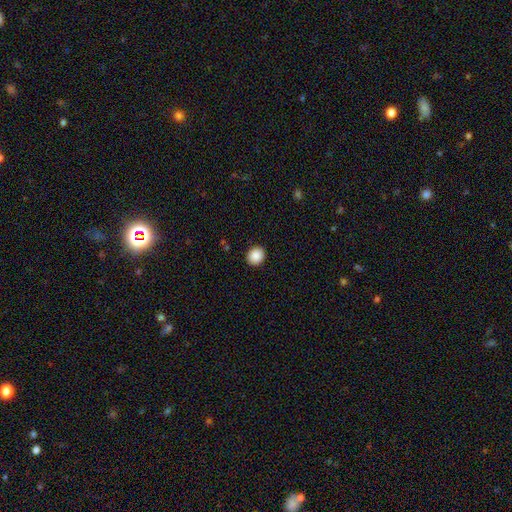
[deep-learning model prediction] smooth_or_featured: smooth (p=0.89) [alt: star or artifact p=0.09]
how_rounded: round (p=0.80) [alt: in between p=0.19]
merging: none (p=0.92) [alt: minor disturbance p=0.06]